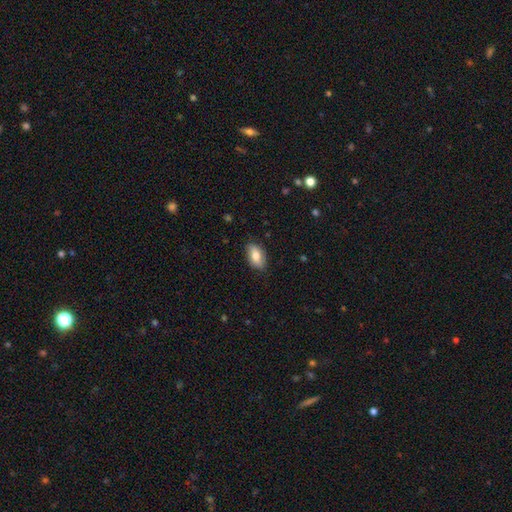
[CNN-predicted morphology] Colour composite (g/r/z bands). It shows a smooth galaxy with no disk features (78%) that is in between round and cigar-shaped (92%). Merging: none (84%).